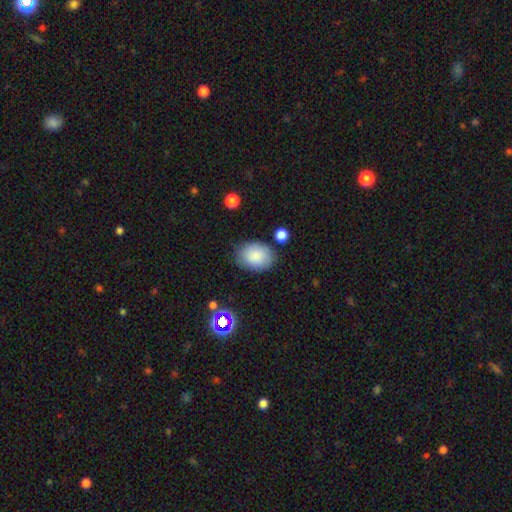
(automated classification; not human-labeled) A smooth galaxy with no disk features (84%) that is in between round and cigar-shaped (68%). Merging: none (76%).